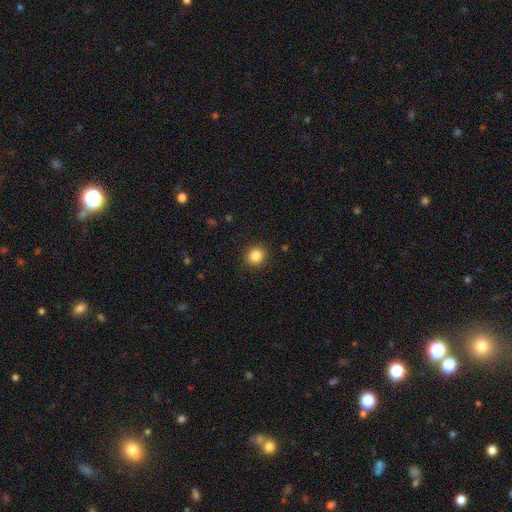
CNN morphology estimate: Q: Smooth or featured?
A: smooth (86%); runner-up: star or artifact (10%)
Q: How rounded?
A: round (81%); runner-up: in between (18%)
Q: Merging?
A: none (90%); runner-up: minor disturbance (7%)